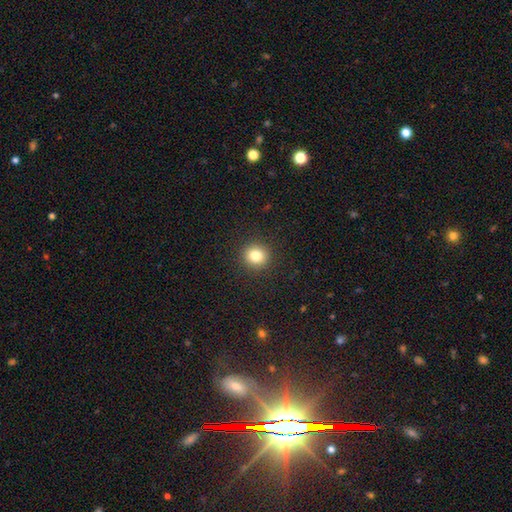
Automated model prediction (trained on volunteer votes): Smooth or featured? Predicted: smooth (p=0.82). How rounded? Predicted: round (p=0.91). Merging? Predicted: none (p=0.92).